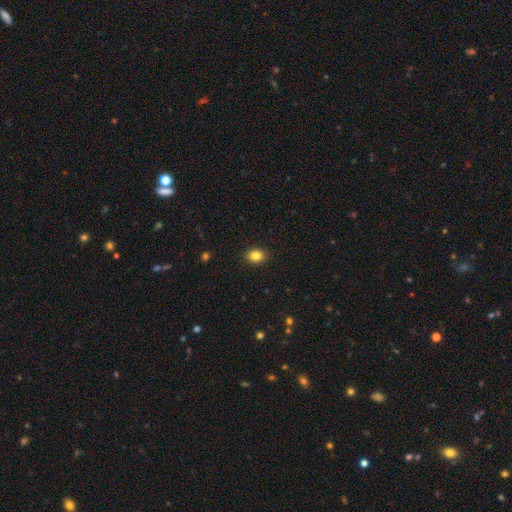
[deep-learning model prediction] Overall: smooth (84%). How rounded: in between (66%; round 33%). Merging: none (90%).